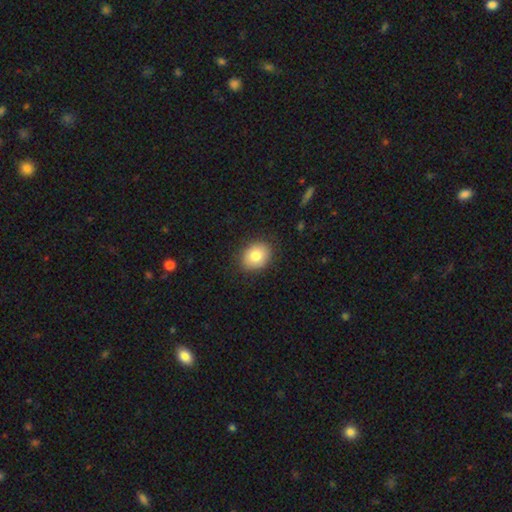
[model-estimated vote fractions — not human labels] Q: Smooth or featured?
A: smooth (82%); runner-up: featured or disk (10%)
Q: How rounded?
A: in between (55%); runner-up: round (44%)
Q: Merging?
A: none (87%); runner-up: minor disturbance (10%)